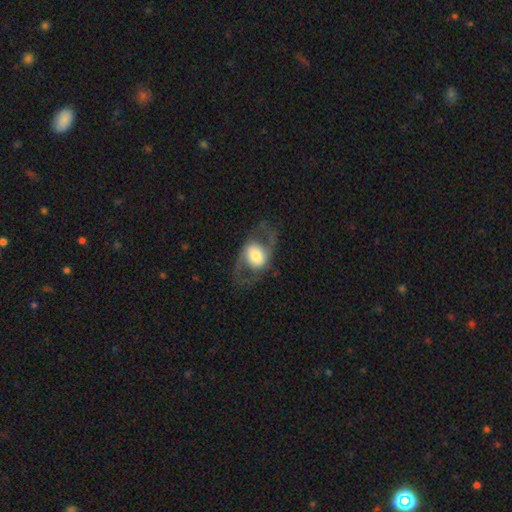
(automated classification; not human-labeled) Smooth or featured? Predicted: featured or disk (p=0.59). Edge-on disk? Predicted: no (p=0.90). Bar? Predicted: no (p=0.63). Spiral arms? Predicted: yes (p=0.57). Bulge size? Predicted: moderate (p=0.41). Merging? Predicted: none (p=0.67).